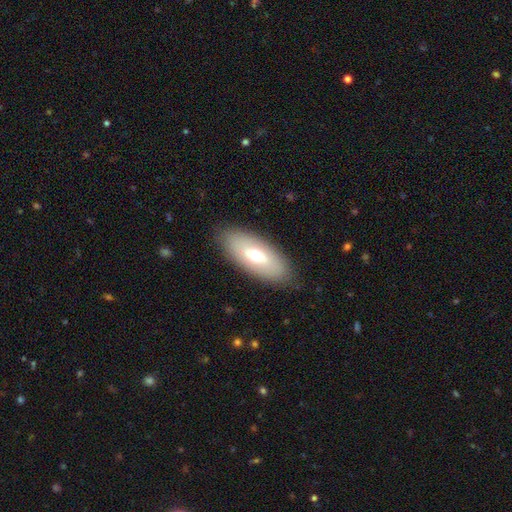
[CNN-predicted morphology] A smooth galaxy with no disk features (57%) that is in between round and cigar-shaped (85%). Merging: none (86%).